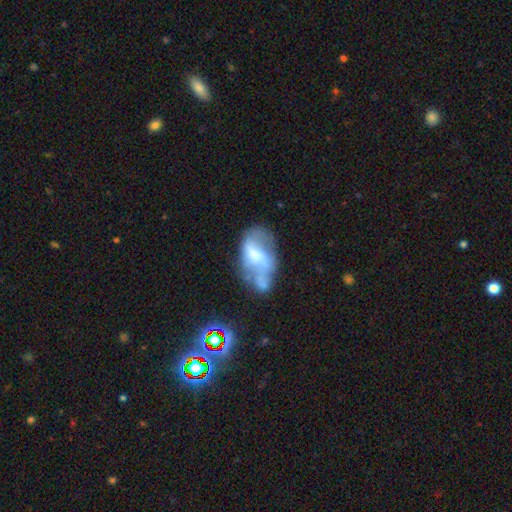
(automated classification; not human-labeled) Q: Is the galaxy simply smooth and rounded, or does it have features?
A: featured or disk — 58%.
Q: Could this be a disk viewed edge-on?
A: no — 96%.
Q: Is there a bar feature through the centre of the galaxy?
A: no — 46%.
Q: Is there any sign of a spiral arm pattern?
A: yes — 51%.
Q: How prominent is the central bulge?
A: moderate — 35%.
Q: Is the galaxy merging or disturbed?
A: none — 28%.